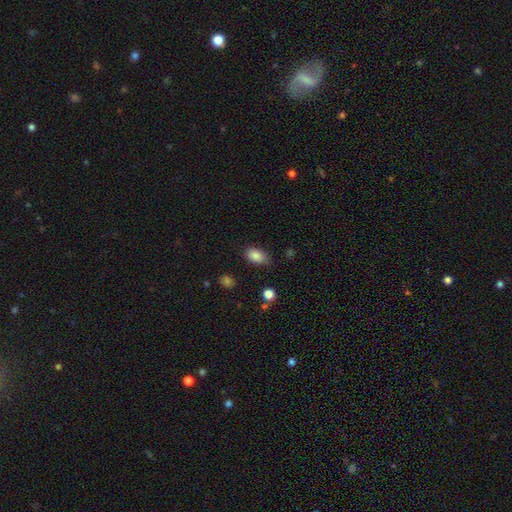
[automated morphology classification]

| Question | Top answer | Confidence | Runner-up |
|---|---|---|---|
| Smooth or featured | smooth | 85% | star or artifact (9%) |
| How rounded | in between | 89% | round (9%) |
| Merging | none | 74% | minor disturbance (20%) |